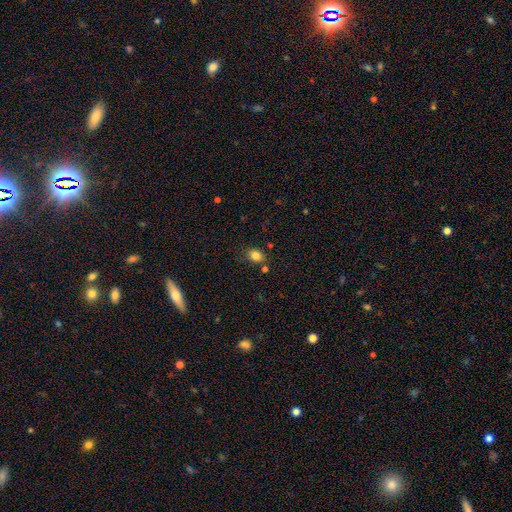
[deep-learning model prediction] smooth_or_featured: smooth (p=0.83) [alt: star or artifact p=0.11]
how_rounded: in between (p=0.53) [alt: round p=0.46]
merging: none (p=0.77) [alt: minor disturbance p=0.13]